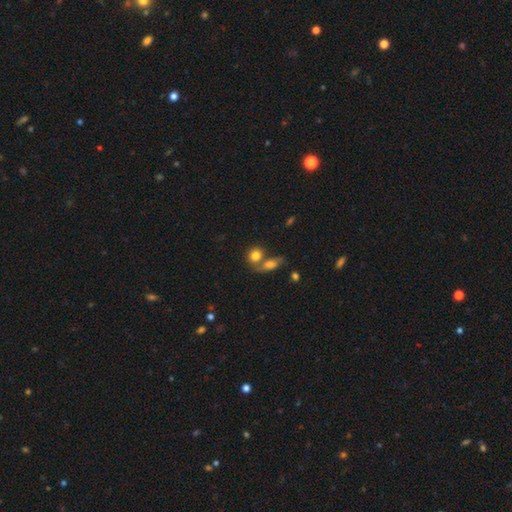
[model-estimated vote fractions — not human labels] The model was most divided on "merging": merger: 45%, none: 41%, minor disturbance: 10%, major disturbance: 5%. More confident: smooth or featured — smooth (79%); how rounded — round (63%).